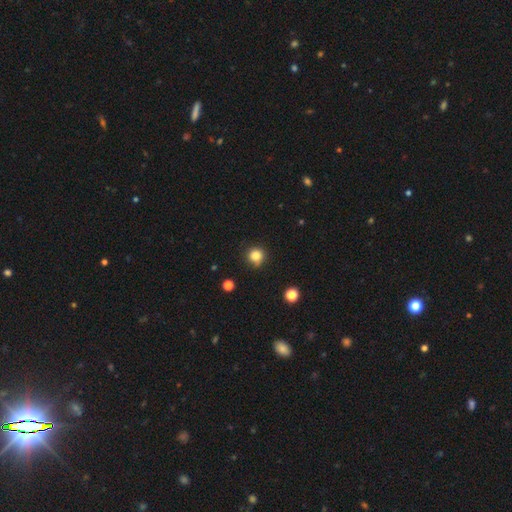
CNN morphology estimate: Q: Smooth or featured?
A: smooth (82%); runner-up: star or artifact (13%)
Q: How rounded?
A: round (92%); runner-up: in between (7%)
Q: Merging?
A: none (81%); runner-up: minor disturbance (14%)